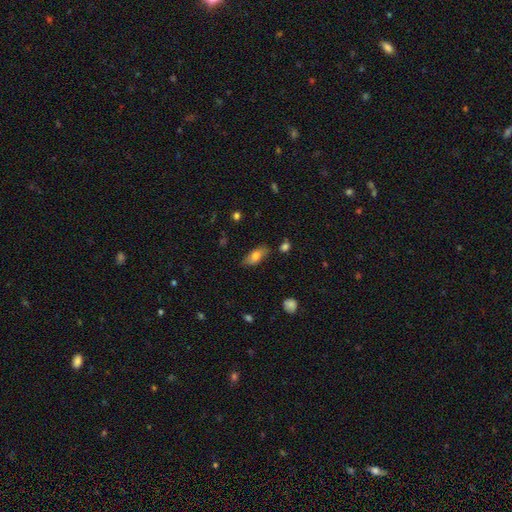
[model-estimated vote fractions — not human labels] Morphology: type=smooth (74%); roundness=in between (83%); merging=none (80%).